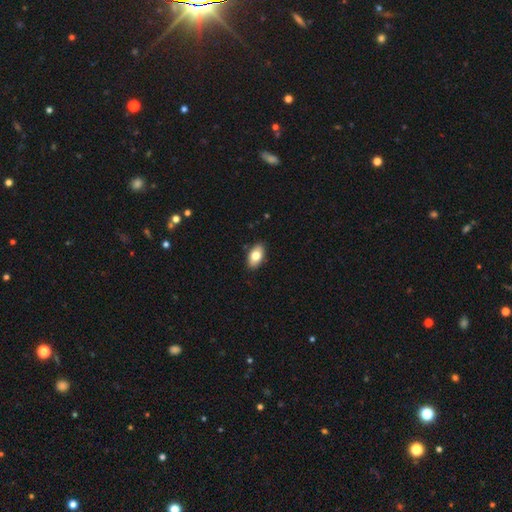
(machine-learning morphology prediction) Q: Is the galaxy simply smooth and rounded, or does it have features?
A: smooth — 78%.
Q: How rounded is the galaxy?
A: in between — 93%.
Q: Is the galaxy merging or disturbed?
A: none — 88%.